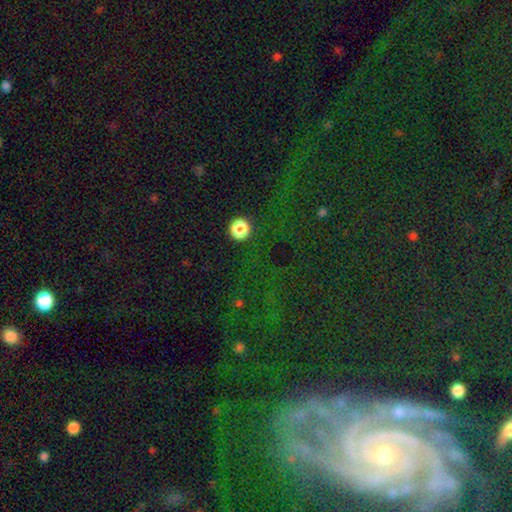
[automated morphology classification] type=star or artifact (46%).